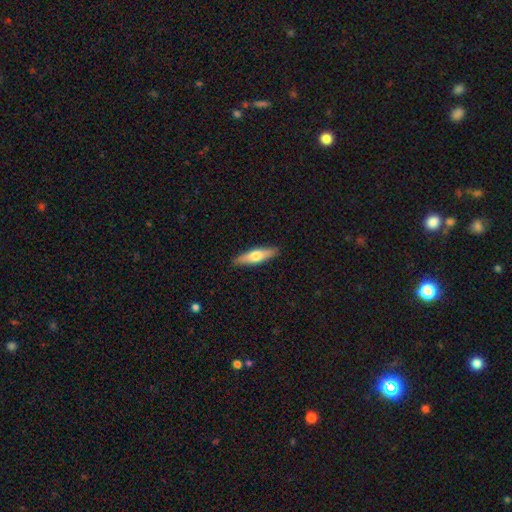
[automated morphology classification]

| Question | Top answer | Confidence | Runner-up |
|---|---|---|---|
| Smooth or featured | smooth | 59% | featured or disk (35%) |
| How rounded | cigar-shaped | 66% | in between (32%) |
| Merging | none | 89% | minor disturbance (8%) |